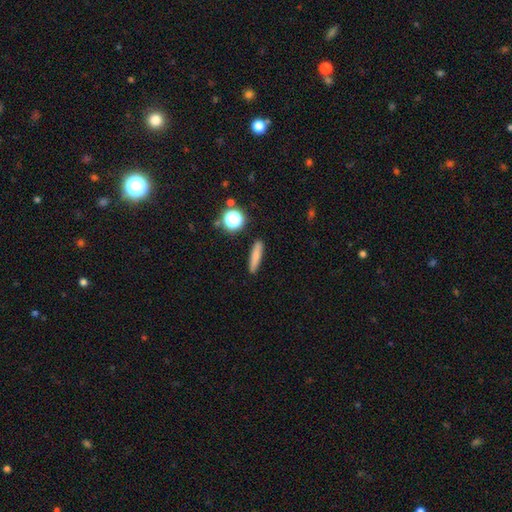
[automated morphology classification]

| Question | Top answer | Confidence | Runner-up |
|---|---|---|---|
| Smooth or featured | smooth | 76% | featured or disk (13%) |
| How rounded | cigar-shaped | 84% | in between (11%) |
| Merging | none | 88% | minor disturbance (8%) |